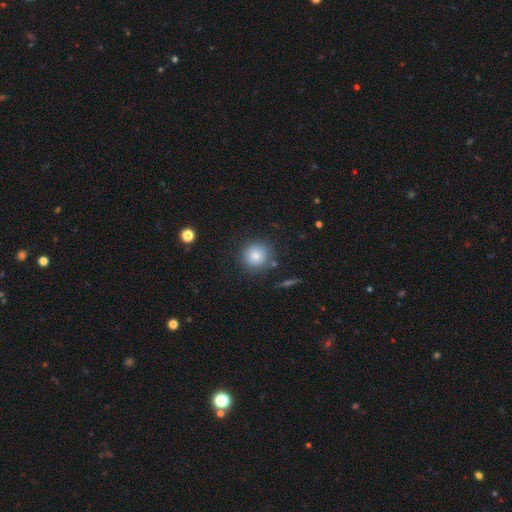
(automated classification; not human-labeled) The model was most divided on "smooth or featured": smooth: 82%, star or artifact: 10%, featured or disk: 8%. More confident: how rounded — round (92%); merging — none (83%).